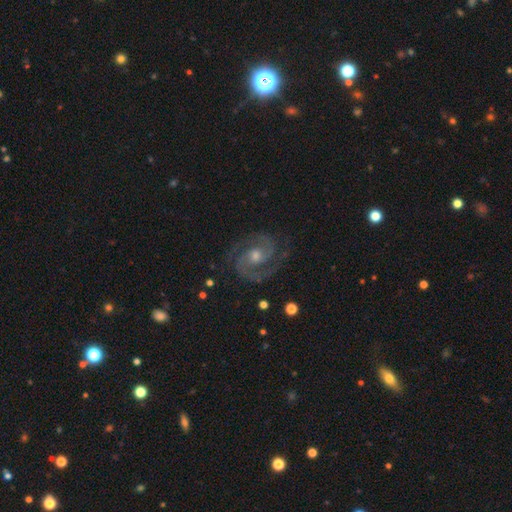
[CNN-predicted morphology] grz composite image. It shows a featured or disk galaxy (92%) with no bar (55%), 2 (92%) medium (53%) spiral arms (98%) and a moderate central bulge (55%). Merging: none (82%).